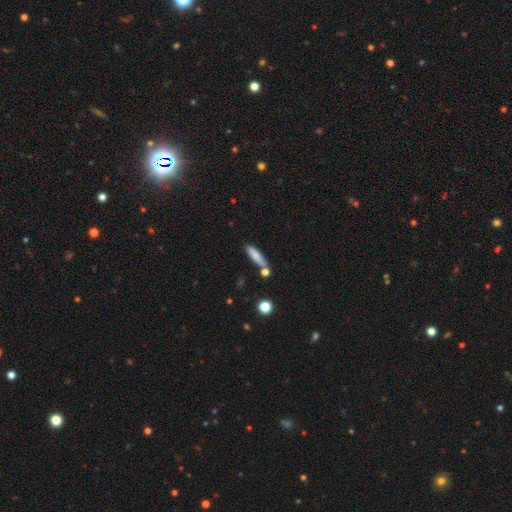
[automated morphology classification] This appears to be a smooth galaxy with no disk features (79%) that is cigar-shaped (70%). Merging: none (70%).